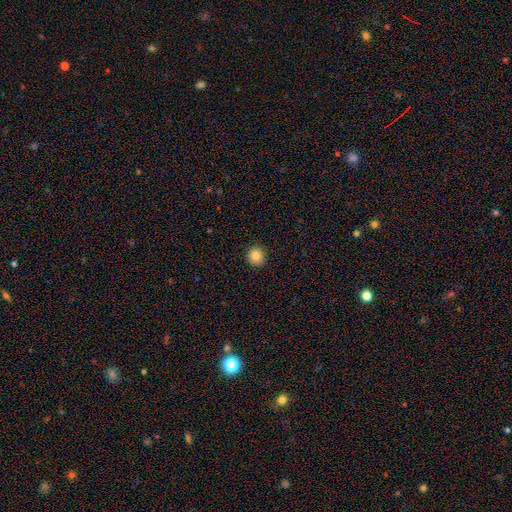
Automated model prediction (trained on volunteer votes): A smooth galaxy with no disk features (84%) that is round (90%).

Vote fractions:
- Smooth or featured? smooth: 84% / star or artifact: 10% / featured or disk: 6%
- How rounded? round: 90% / in between: 9% / cigar-shaped: 1%
- Merging? none: 92% / minor disturbance: 6% / major disturbance: 2% / merger: 1%